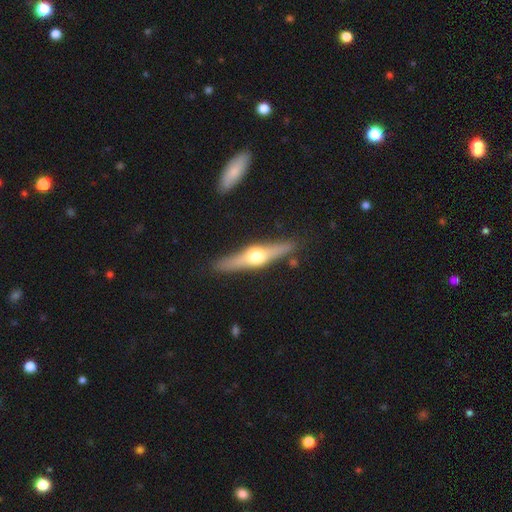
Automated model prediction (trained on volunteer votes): This appears to be a featured or disk galaxy (69%) viewed edge-on (95%) with a rounded central bulge (95%). Merging: none (88%).